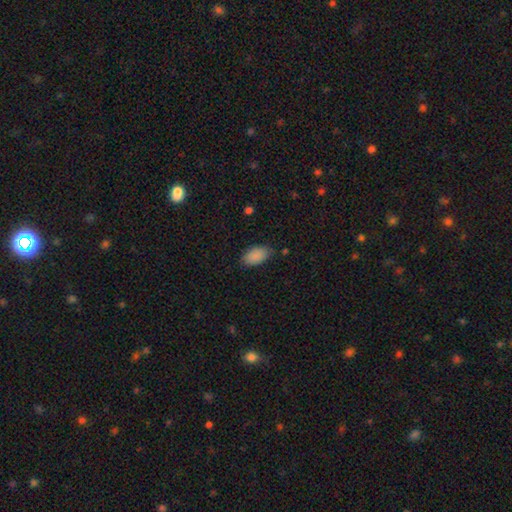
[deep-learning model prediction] Morphology: type=smooth (89%); roundness=in between (94%); merging=none (79%).